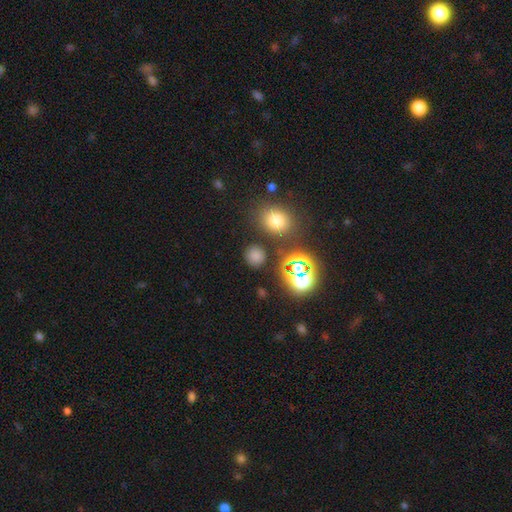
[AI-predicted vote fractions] Smooth or featured?
  - smooth: 67% *
  - star or artifact: 27%
  - featured or disk: 6%
How rounded?
  - round: 84% *
  - in between: 15%
  - cigar-shaped: 1%
Merging?
  - none: 84% *
  - minor disturbance: 9%
  - merger: 4%
  - major disturbance: 4%